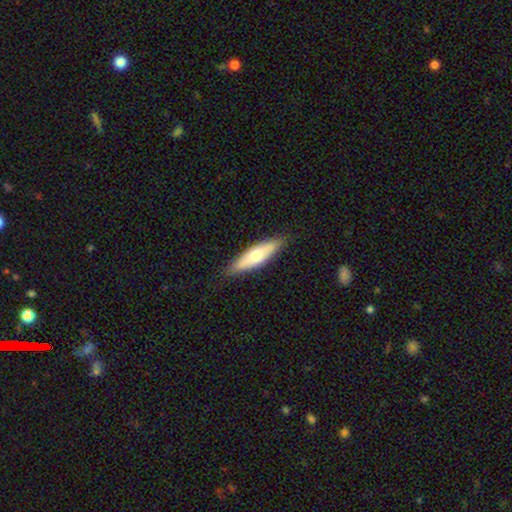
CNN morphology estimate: smooth-or-featured: smooth: 60% | featured or disk: 34% | star or artifact: 6%
  how-rounded: cigar-shaped: 60% | in between: 39% | round: 2%
  merging: none: 86% | minor disturbance: 11% | major disturbance: 2% | merger: 1%